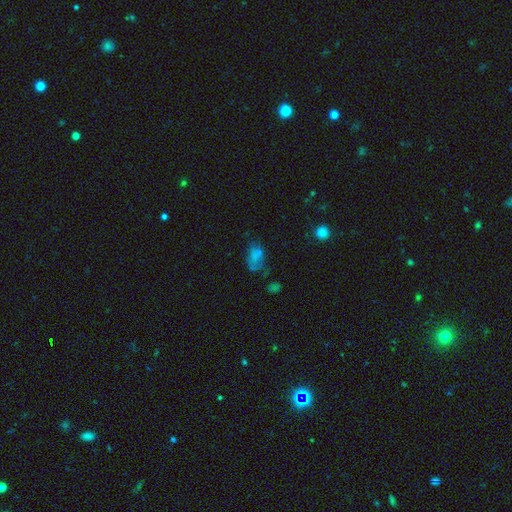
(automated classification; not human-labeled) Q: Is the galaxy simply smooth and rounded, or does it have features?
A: smooth — 59%.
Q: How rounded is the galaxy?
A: in between — 85%.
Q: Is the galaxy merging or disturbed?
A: none — 37%.